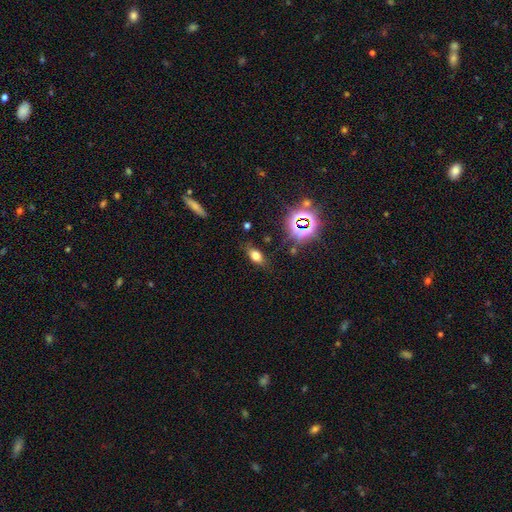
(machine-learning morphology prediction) smooth 65%, star or artifact 21%, featured or disk 14%. Down the decision tree: how rounded — in between (80%); merging — none (78%).